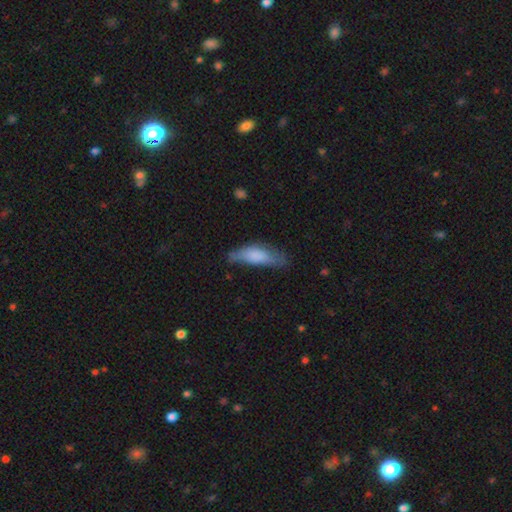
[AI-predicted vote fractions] Morphology: type=smooth (75%); roundness=in between (52%); merging=none (53%).